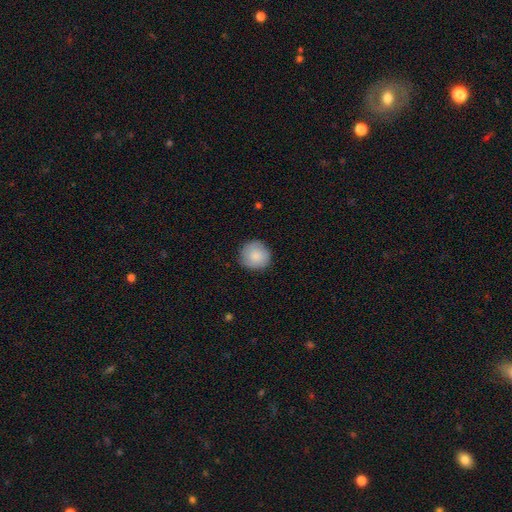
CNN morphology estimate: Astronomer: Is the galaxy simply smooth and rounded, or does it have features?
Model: smooth — 84%.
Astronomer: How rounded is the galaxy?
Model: round — 92%.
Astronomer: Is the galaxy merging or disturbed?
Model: none — 86%.